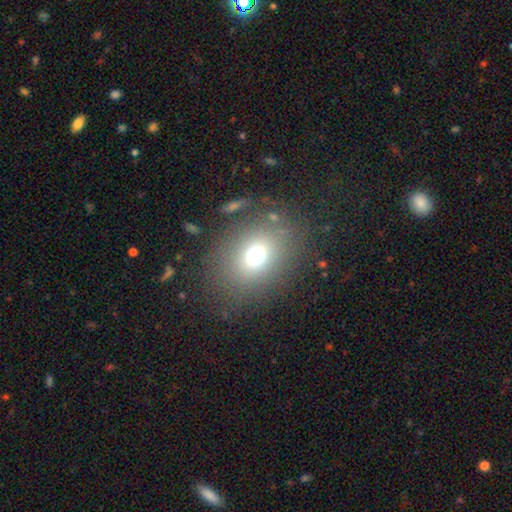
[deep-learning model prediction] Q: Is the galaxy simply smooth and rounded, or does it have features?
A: smooth — 69%.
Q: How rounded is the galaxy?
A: round — 58%.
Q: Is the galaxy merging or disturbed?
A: none — 80%.